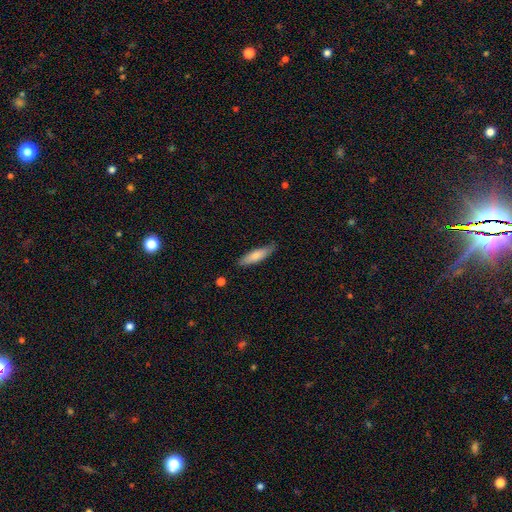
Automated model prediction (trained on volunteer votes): A smooth galaxy with no disk features (76%) that is cigar-shaped (64%). Merging: none (75%).